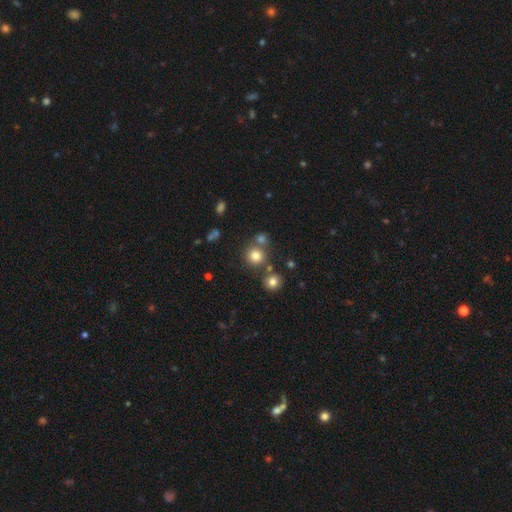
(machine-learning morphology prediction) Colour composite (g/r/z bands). It shows a smooth galaxy with no disk features (78%) that is round (91%). Merging: none (72%).